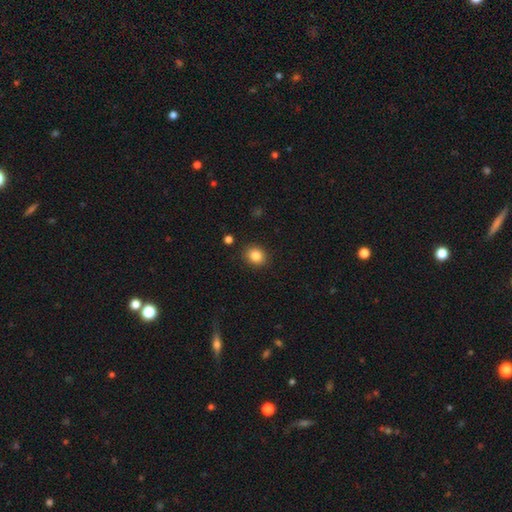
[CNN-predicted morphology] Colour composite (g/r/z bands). It shows a smooth galaxy with no disk features (84%) that is round (71%). Merging: none (89%).